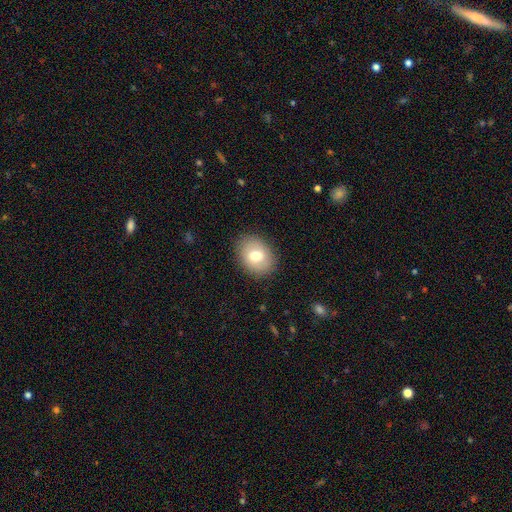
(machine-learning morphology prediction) Q: Smooth or featured?
A: smooth (72%); runner-up: featured or disk (20%)
Q: How rounded?
A: in between (64%); runner-up: round (35%)
Q: Merging?
A: none (86%); runner-up: minor disturbance (10%)